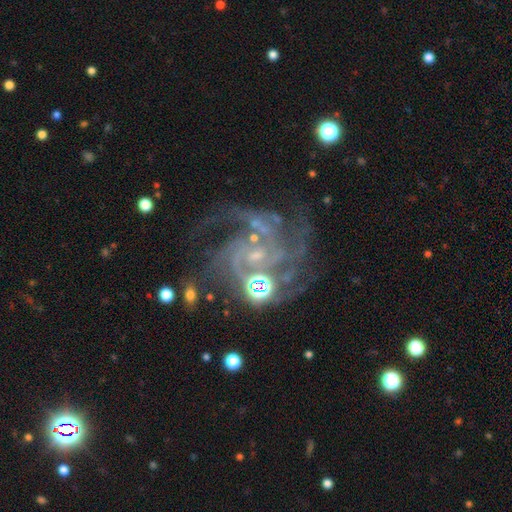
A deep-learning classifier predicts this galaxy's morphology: Smooth or featured?
  - featured or disk: 83% *
  - star or artifact: 12%
  - smooth: 5%
Edge-on disk?
  - no: 98% *
  - yes: 2%
Bar?
  - no: 61% *
  - weak: 30%
  - strong: 9%
Spiral arms?
  - yes: 95% *
  - no: 5%
Spiral winding?
  - medium: 43% *
  - tight: 41%
  - loose: 15%
Spiral arm count?
  - 3: 24% *
  - can't tell: 22%
  - 4: 19%
  - 2: 14%
  - more than 4: 12%
  - 1: 9%
Bulge size?
  - small: 60% *
  - moderate: 20%
  - none: 16%
  - large: 2%
  - dominant: 1%
Merging?
  - none: 53% *
  - major disturbance: 22%
  - minor disturbance: 16%
  - merger: 9%